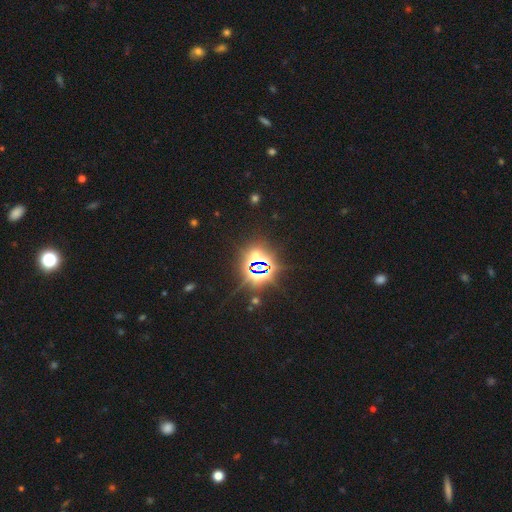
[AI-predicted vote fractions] Smooth or featured? Predicted: star or artifact (p=0.81).